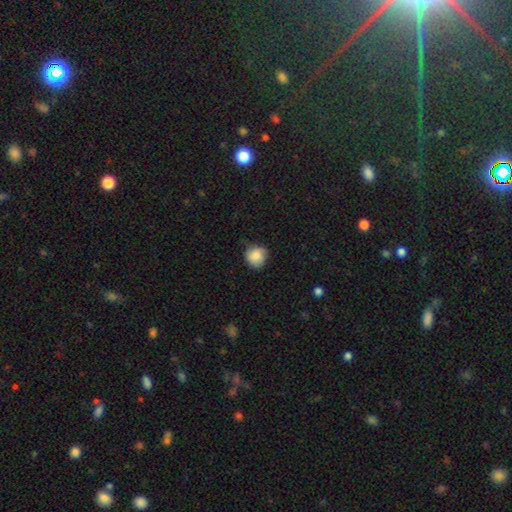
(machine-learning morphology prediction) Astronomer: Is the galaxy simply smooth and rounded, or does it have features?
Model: smooth — 81%.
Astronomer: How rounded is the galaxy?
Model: round — 87%.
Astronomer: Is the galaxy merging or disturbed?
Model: none — 71%.